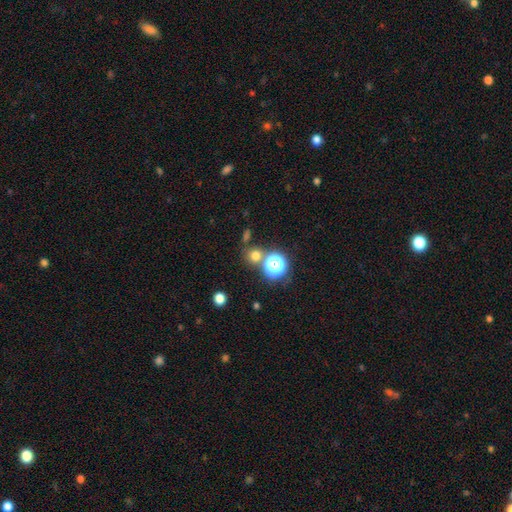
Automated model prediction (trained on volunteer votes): This appears to be a smooth galaxy with no disk features (67%) that is round (84%). Merging: none (69%).